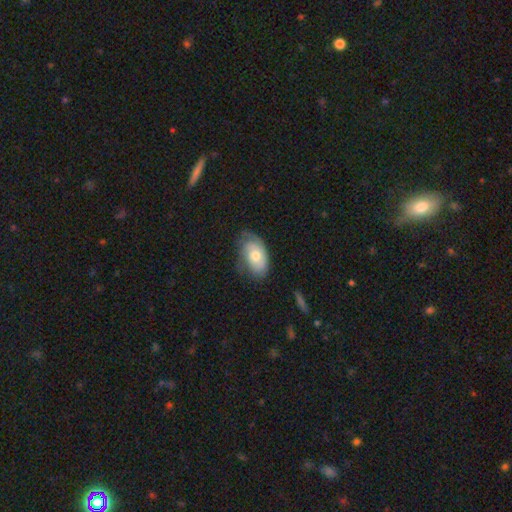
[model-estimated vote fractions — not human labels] Overall: smooth (51%; featured or disk 42%). How rounded: in between (89%). Merging: none (55%; minor disturbance 31%).